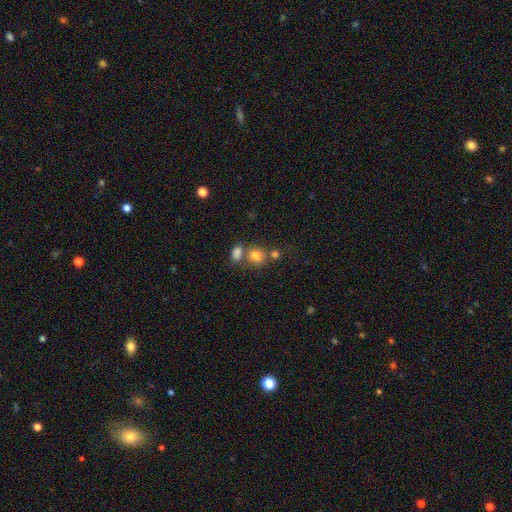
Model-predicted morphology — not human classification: Smooth or featured? Predicted: smooth (p=0.78). How rounded? Predicted: round (p=0.57). Merging? Predicted: none (p=0.51).